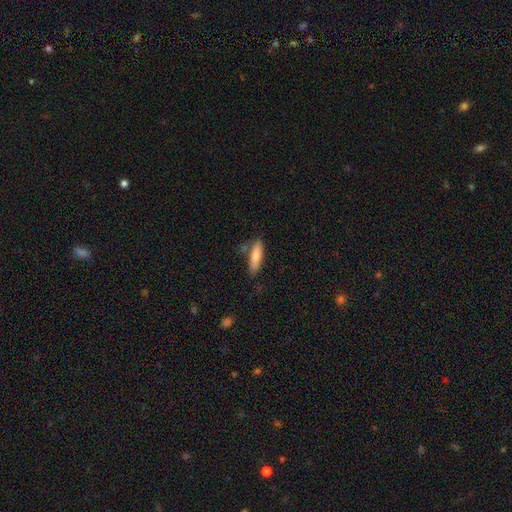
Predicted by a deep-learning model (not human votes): This appears to be a smooth galaxy with no disk features (80%) that is cigar-shaped (65%). Merging: none (73%).